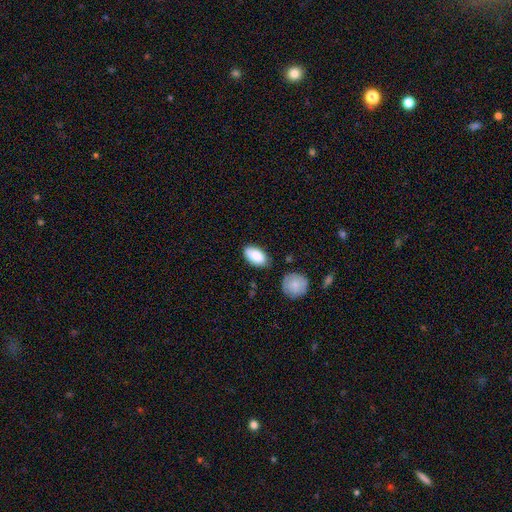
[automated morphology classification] type=smooth (87%); roundness=in between (94%); merging=none (77%).